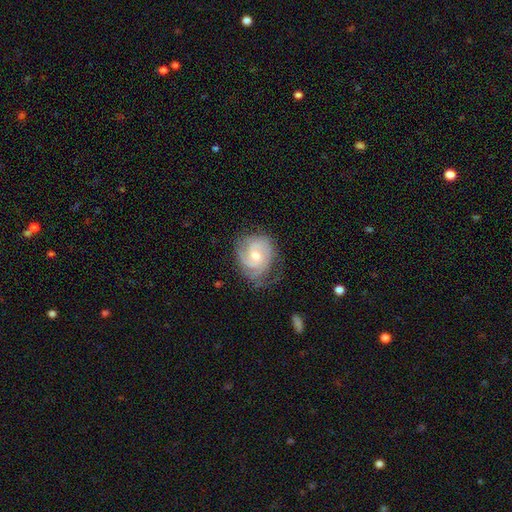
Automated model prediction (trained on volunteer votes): Smooth or featured?
  - featured or disk: 82% *
  - smooth: 13%
  - star or artifact: 5%
Edge-on disk?
  - no: 98% *
  - yes: 2%
Bar?
  - no: 57% *
  - weak: 38%
  - strong: 5%
Spiral arms?
  - yes: 96% *
  - no: 4%
Spiral winding?
  - tight: 56% *
  - medium: 36%
  - loose: 8%
Spiral arm count?
  - 2: 48% *
  - 3: 23%
  - can't tell: 18%
  - 1: 5%
  - 4: 4%
  - more than 4: 3%
Bulge size?
  - moderate: 56% *
  - small: 39%
  - large: 3%
  - none: 2%
  - dominant: 1%
Merging?
  - none: 62% *
  - minor disturbance: 25%
  - major disturbance: 11%
  - merger: 1%